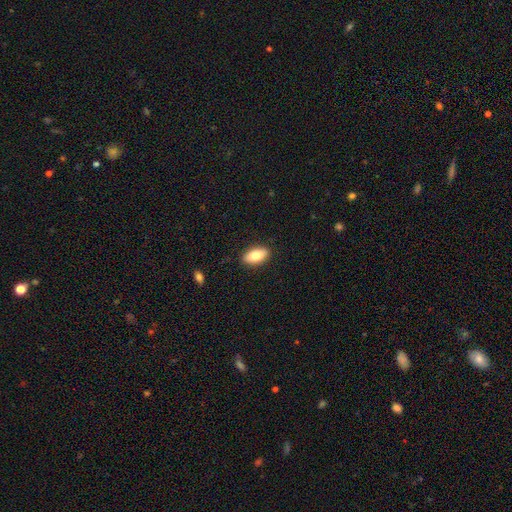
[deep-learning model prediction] Overall: smooth (80%). How rounded: in between (91%). Merging: none (89%).